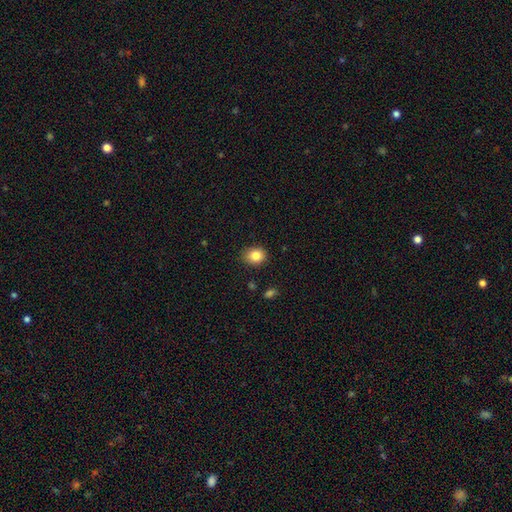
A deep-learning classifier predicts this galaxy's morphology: Overall: smooth (84%). How rounded: round (56%; in between 43%). Merging: none (86%).